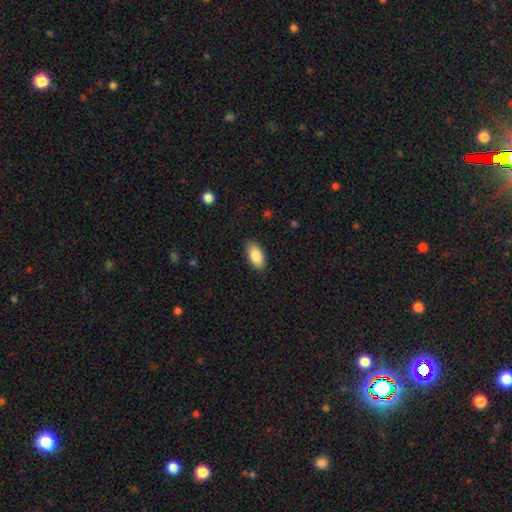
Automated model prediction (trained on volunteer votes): Overall: smooth (87%). How rounded: in between (93%). Merging: none (85%).